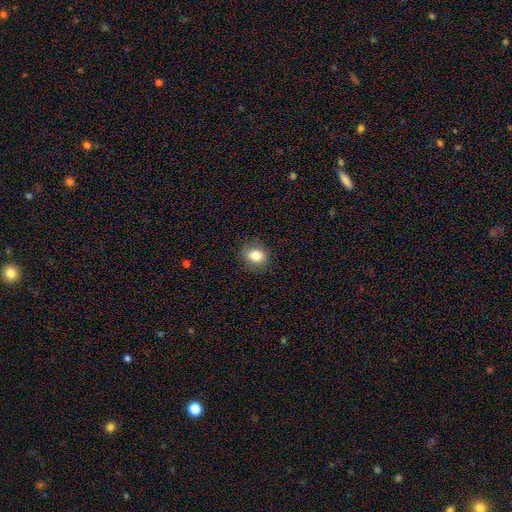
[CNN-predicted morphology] Smooth or featured? Predicted: smooth (p=0.81). How rounded? Predicted: round (p=0.59). Merging? Predicted: none (p=0.85).